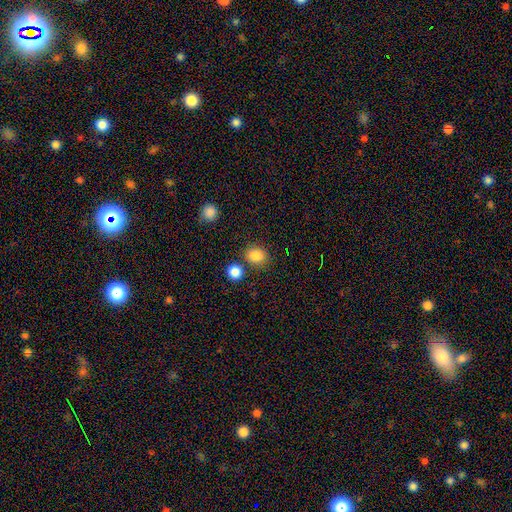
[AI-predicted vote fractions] Smooth or featured: smooth — 84% (star or artifact — 11%)
How rounded: round — 62% (in between — 37%)
Merging: none — 76% (merger — 11%)